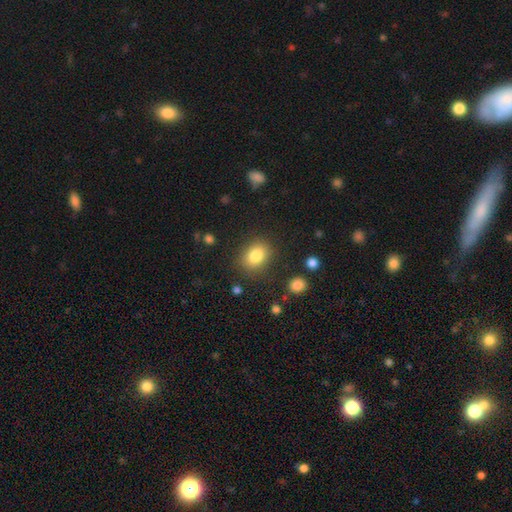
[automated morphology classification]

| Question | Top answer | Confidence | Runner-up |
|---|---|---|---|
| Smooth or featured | smooth | 83% | star or artifact (9%) |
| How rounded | in between | 56% | round (43%) |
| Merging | none | 82% | minor disturbance (11%) |